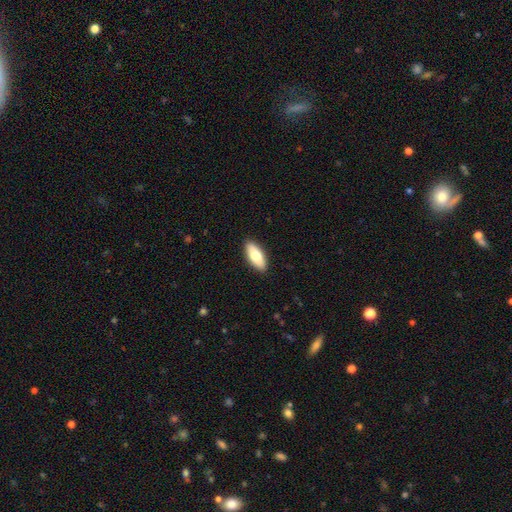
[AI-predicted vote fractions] Q: Smooth or featured?
A: smooth (75%); runner-up: featured or disk (19%)
Q: How rounded?
A: in between (81%); runner-up: cigar-shaped (17%)
Q: Merging?
A: none (90%); runner-up: minor disturbance (7%)